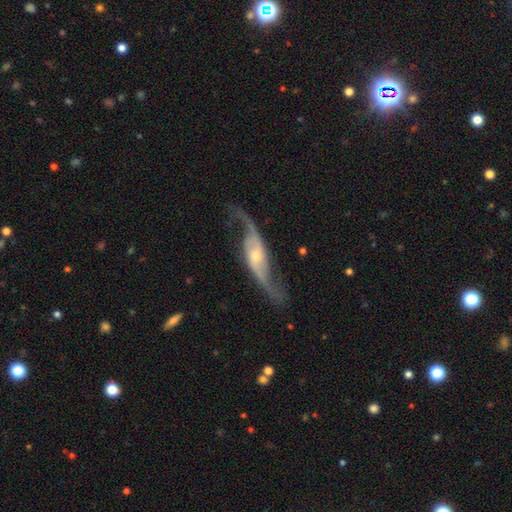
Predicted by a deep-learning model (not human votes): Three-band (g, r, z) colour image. It shows a featured or disk galaxy (89%) with no bar (54%), 2 (93%) loose (82%) spiral arms (96%) and a small central bulge (56%). Merging: none (70%).